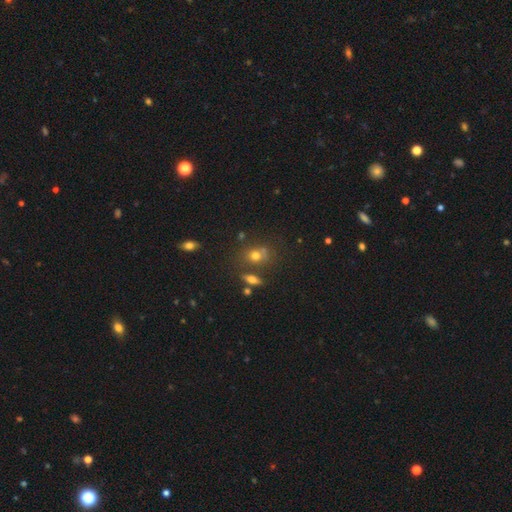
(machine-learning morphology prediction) A smooth galaxy with no disk features (65%) that is round (59%).

Vote fractions:
- Smooth or featured? smooth: 65% / star or artifact: 20% / featured or disk: 15%
- How rounded? round: 59% / in between: 38% / cigar-shaped: 3%
- Merging? none: 57% / merger: 23% / minor disturbance: 14% / major disturbance: 6%